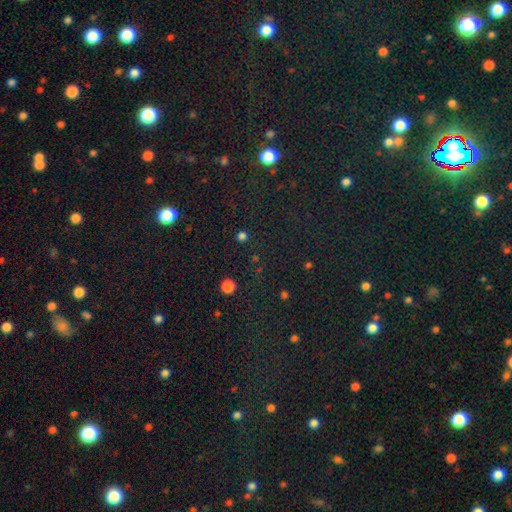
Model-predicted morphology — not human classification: type=star or artifact (74%).